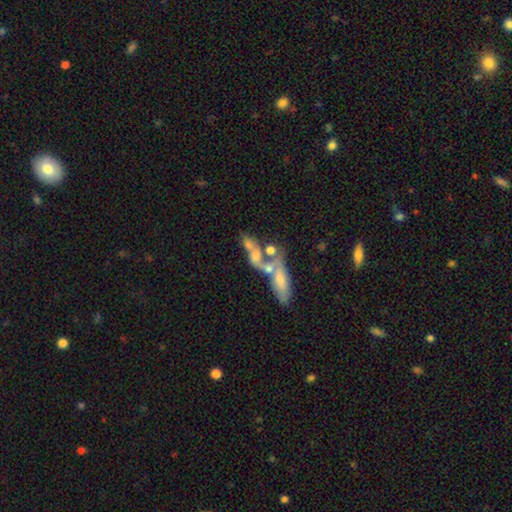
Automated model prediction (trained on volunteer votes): smooth-or-featured: smooth: 46% | featured or disk: 41% | star or artifact: 12%
  merging: merger: 65% | none: 14% | major disturbance: 14% | minor disturbance: 7%